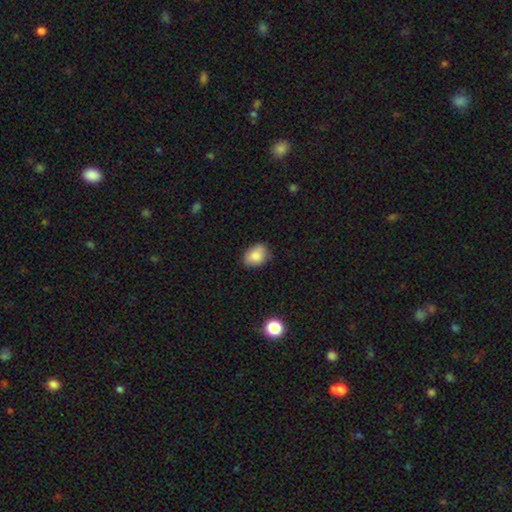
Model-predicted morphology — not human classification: Smooth or featured: smooth — 86% (star or artifact — 9%)
How rounded: in between — 69% (round — 30%)
Merging: none — 77% (minor disturbance — 18%)